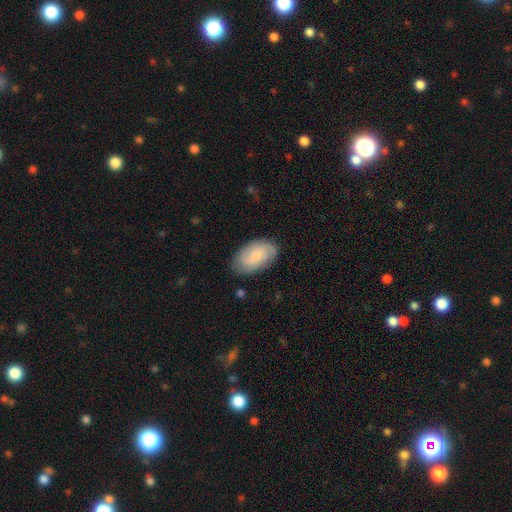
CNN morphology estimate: Smooth or featured?
  - smooth: 67% *
  - featured or disk: 27%
  - star or artifact: 6%
How rounded?
  - in between: 94% *
  - round: 4%
  - cigar-shaped: 2%
Merging?
  - none: 80% *
  - minor disturbance: 16%
  - major disturbance: 3%
  - merger: 1%